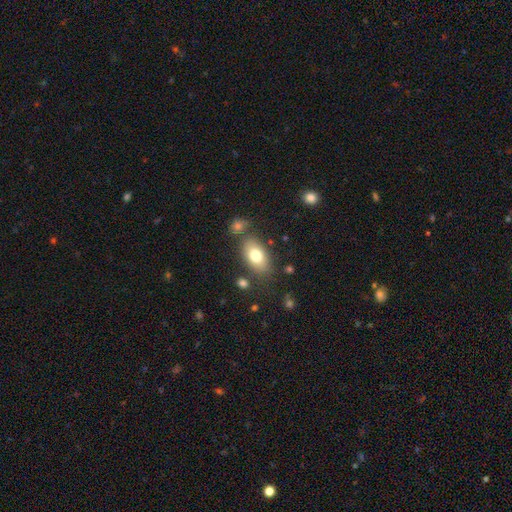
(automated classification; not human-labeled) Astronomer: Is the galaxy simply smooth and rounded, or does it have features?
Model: smooth — 77%.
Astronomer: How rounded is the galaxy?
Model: in between — 90%.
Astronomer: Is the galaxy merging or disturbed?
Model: none — 74%.